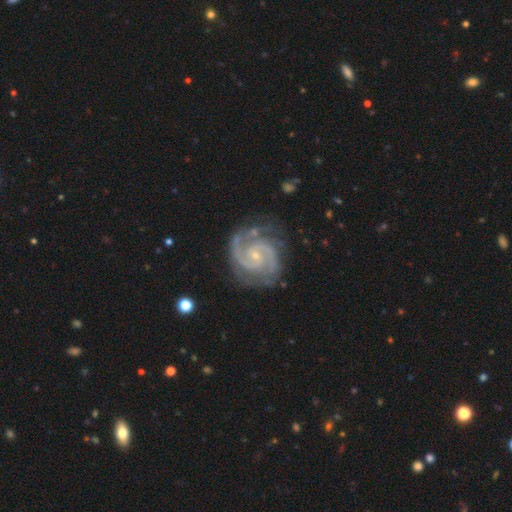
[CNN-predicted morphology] smooth-or-featured: featured or disk: 93% | star or artifact: 4% | smooth: 3%
  disk-edge-on: no: 98% | yes: 2%
    bar: no: 54% | weak: 35% | strong: 10%
    has-spiral-arms: yes: 99% | no: 1%
      spiral-winding: tight: 50% | medium: 46% | loose: 5%
      spiral-arm-count: 2: 86% | 3: 7% | can't tell: 3% | 4: 2% | 1: 2% | more than 4: 2%
    bulge-size: small: 78% | moderate: 17% | none: 3% | large: 1% | dominant: 1%
  merging: none: 76% | minor disturbance: 17% | major disturbance: 5% | merger: 2%